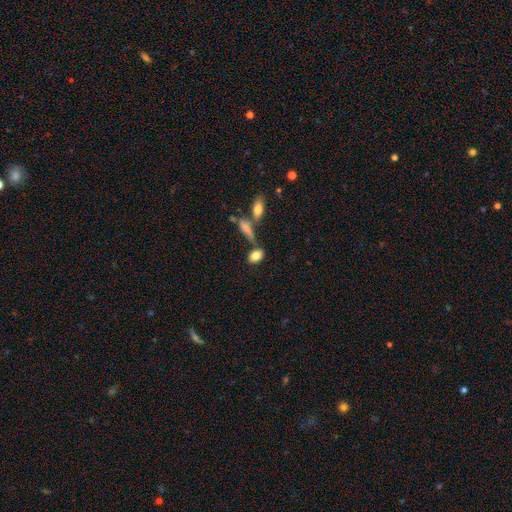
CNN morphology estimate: Q: Smooth or featured?
A: smooth (82%); runner-up: featured or disk (10%)
Q: How rounded?
A: in between (80%); runner-up: round (15%)
Q: Merging?
A: none (61%); runner-up: merger (20%)